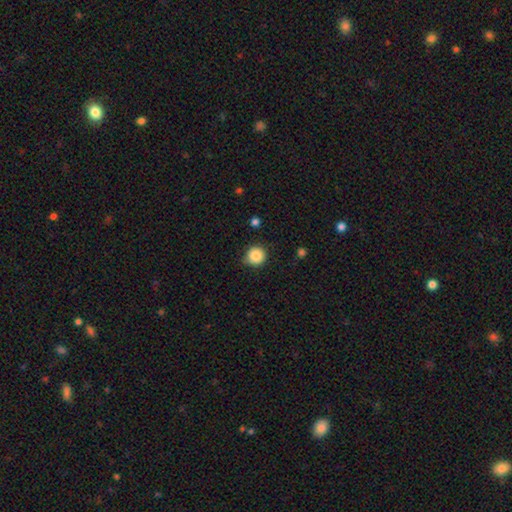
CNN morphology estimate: smooth-or-featured: smooth: 86% | star or artifact: 10% | featured or disk: 4%
  how-rounded: round: 93% | in between: 6% | cigar-shaped: 1%
  merging: none: 80% | minor disturbance: 15% | major disturbance: 3% | merger: 2%